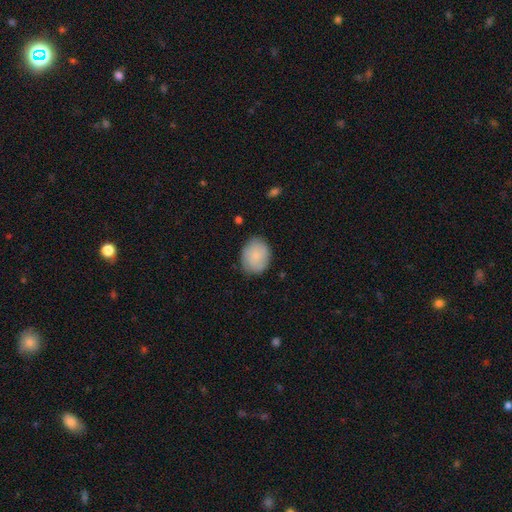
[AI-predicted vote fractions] A smooth galaxy with no disk features (73%) that is in between round and cigar-shaped (53%). Merging: none (79%).